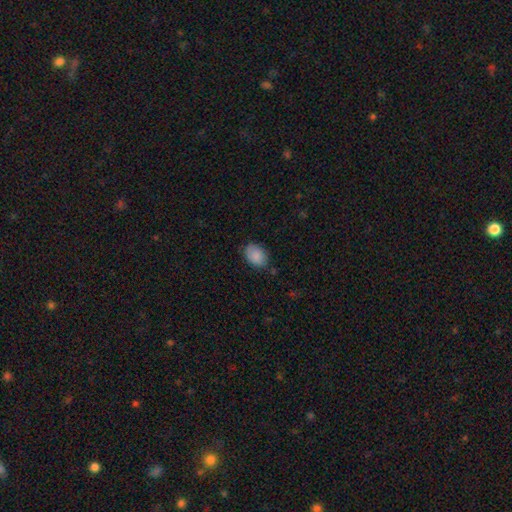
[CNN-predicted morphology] Overall: smooth (88%). How rounded: in between (84%). Merging: none (78%).